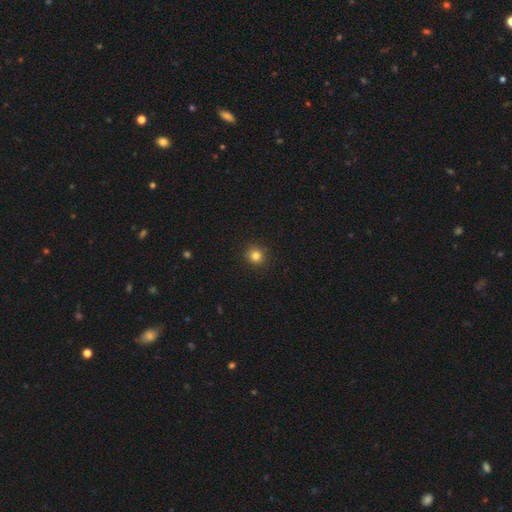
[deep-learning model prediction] Morphology: type=smooth (82%); roundness=round (90%); merging=none (91%).